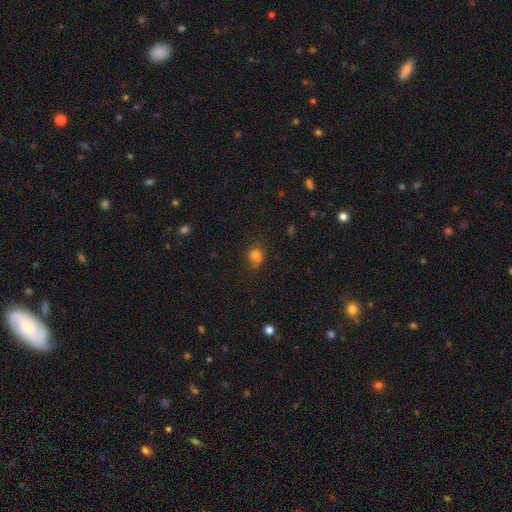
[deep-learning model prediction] Smooth or featured?
  - smooth: 74% *
  - star or artifact: 16%
  - featured or disk: 10%
How rounded?
  - round: 61% *
  - in between: 37%
  - cigar-shaped: 1%
Merging?
  - none: 44% *
  - merger: 27%
  - minor disturbance: 20%
  - major disturbance: 10%